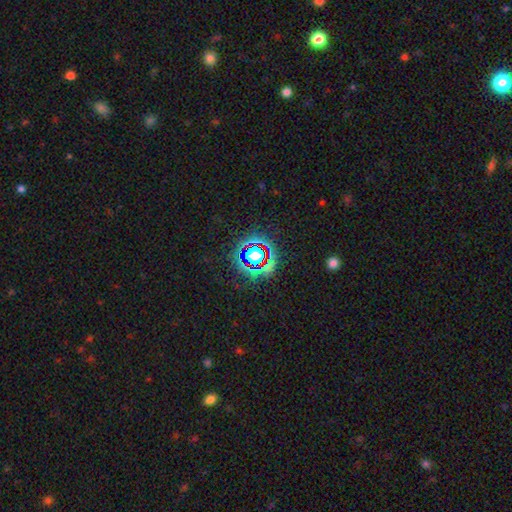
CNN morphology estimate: A star or artifact, not a galaxy (76%).